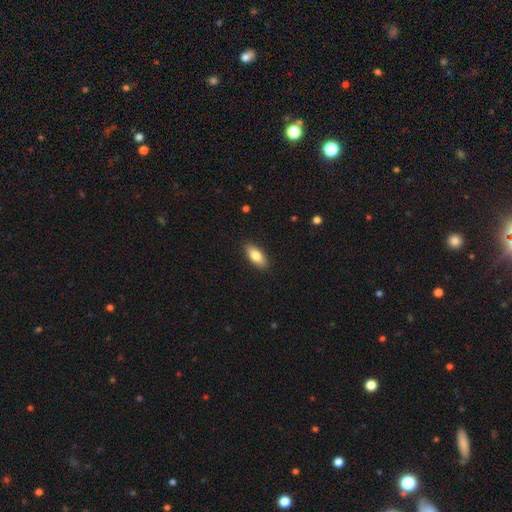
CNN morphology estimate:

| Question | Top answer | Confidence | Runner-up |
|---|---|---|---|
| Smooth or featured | smooth | 81% | featured or disk (13%) |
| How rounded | in between | 84% | cigar-shaped (14%) |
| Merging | none | 89% | minor disturbance (9%) |